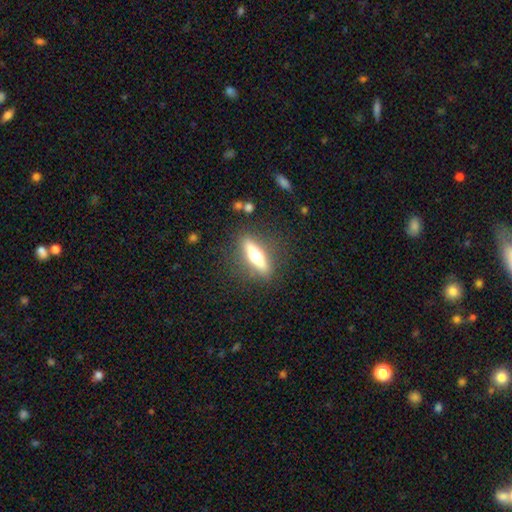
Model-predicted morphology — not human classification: The model was most divided on "smooth or featured": featured or disk: 55%, smooth: 38%, star or artifact: 6%. More confident: edge-on disk — yes (90%); merging — none (86%).